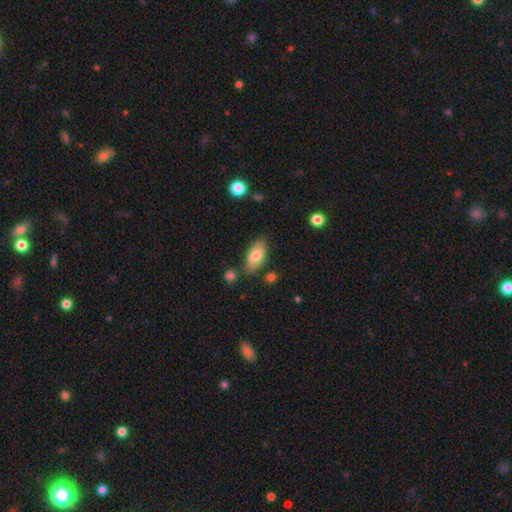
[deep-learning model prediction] smooth 77%, featured or disk 16%, star or artifact 7%. Down the decision tree: how rounded — in between (89%); merging — none (78%).